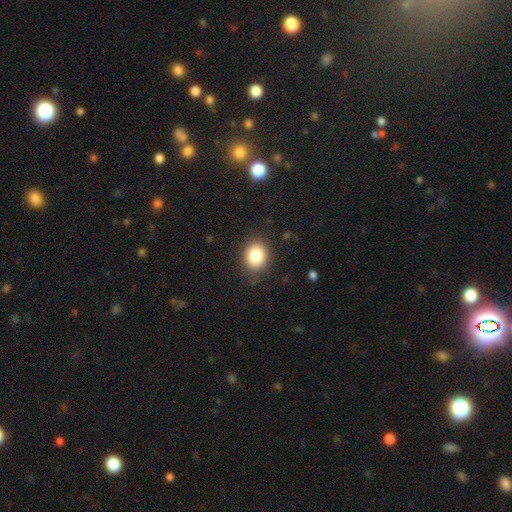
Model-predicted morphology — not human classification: Smooth or featured? Predicted: smooth (p=0.84). How rounded? Predicted: round (p=0.54). Merging? Predicted: none (p=0.84).